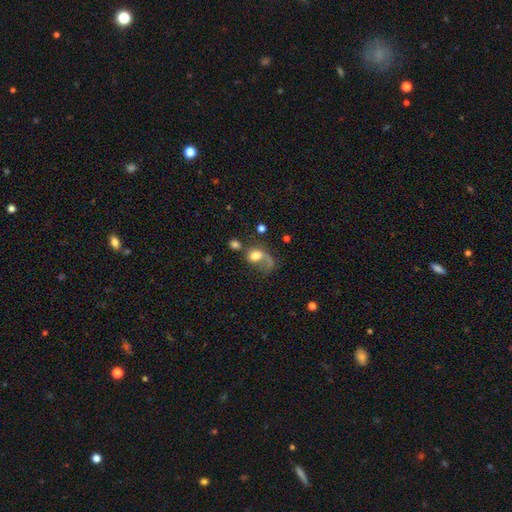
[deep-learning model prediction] Smooth or featured?
  - smooth: 60% *
  - featured or disk: 29%
  - star or artifact: 11%
How rounded?
  - in between: 57% *
  - round: 41%
  - cigar-shaped: 2%
Merging?
  - major disturbance: 44% *
  - none: 24%
  - merger: 18%
  - minor disturbance: 15%